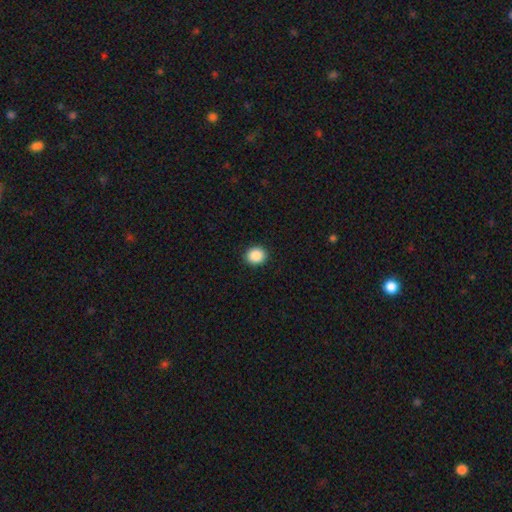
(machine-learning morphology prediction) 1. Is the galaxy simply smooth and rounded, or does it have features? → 89% smooth, 9% star or artifact, 3% featured or disk.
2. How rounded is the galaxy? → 74% round, 25% in between, 1% cigar-shaped.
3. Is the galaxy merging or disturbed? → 92% none, 6% minor disturbance, 2% major disturbance, 1% merger.